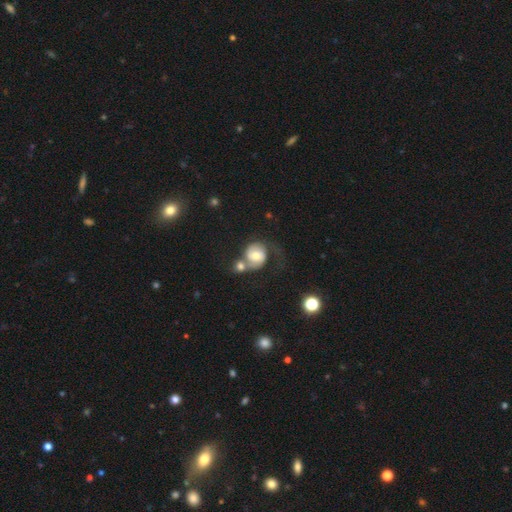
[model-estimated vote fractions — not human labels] Q: Smooth or featured?
A: featured or disk (56%); runner-up: smooth (37%)
Q: Edge-on disk?
A: no (97%); runner-up: yes (3%)
Q: Bar?
A: no (66%); runner-up: weak (28%)
Q: Spiral arms?
A: yes (83%); runner-up: no (17%)
Q: Bulge size?
A: moderate (60%); runner-up: small (25%)
Q: Merging?
A: merger (42%); runner-up: none (27%)